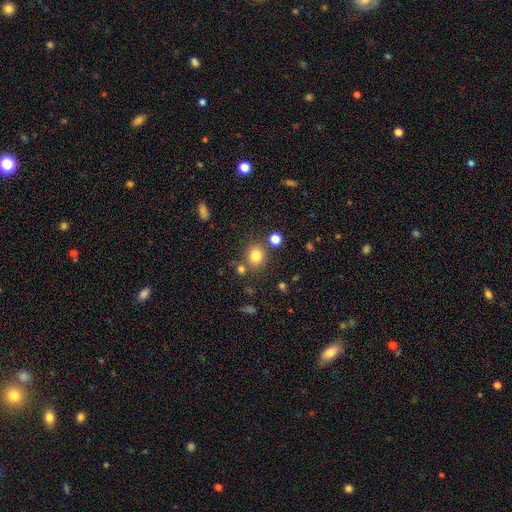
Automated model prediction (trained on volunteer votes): smooth_or_featured: smooth (p=0.80) [alt: star or artifact p=0.13]
how_rounded: round (p=0.79) [alt: in between p=0.20]
merging: none (p=0.75) [alt: merger p=0.11]